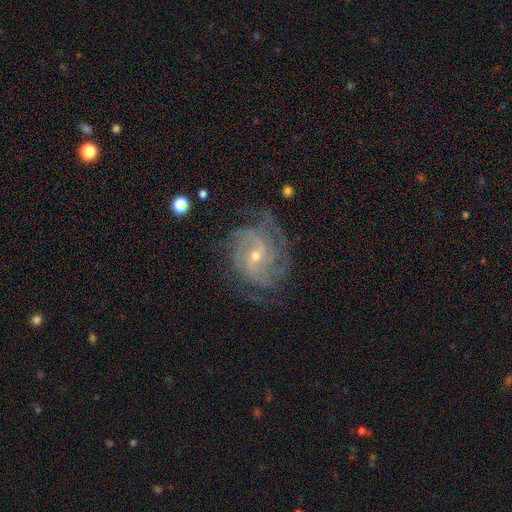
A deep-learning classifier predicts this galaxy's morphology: The model was most divided on "bar": weak: 47%, no: 40%, strong: 14%. Remaining: edge-on disk — no (97%); spiral arms — yes (96%); smooth or featured — featured or disk (87%); merging — none (69%); bulge size — small (65%); spiral winding — tight (54%); spiral arm count — can't tell (30%).